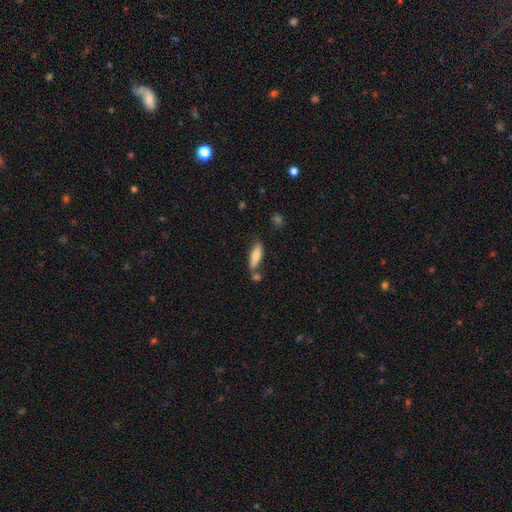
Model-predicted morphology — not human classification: smooth_or_featured: smooth (p=0.70) [alt: featured or disk p=0.24]
how_rounded: cigar-shaped (p=0.54) [alt: in between p=0.43]
merging: none (p=0.68) [alt: minor disturbance p=0.14]